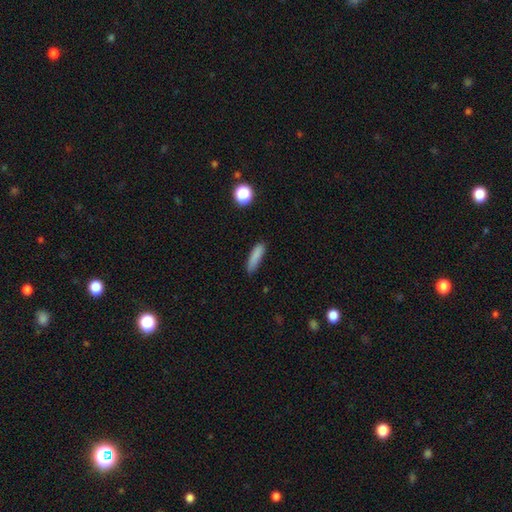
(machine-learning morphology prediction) smooth-or-featured: smooth: 85% | star or artifact: 9% | featured or disk: 6%
  how-rounded: cigar-shaped: 71% | in between: 27% | round: 2%
  merging: none: 80% | minor disturbance: 16% | major disturbance: 3% | merger: 2%